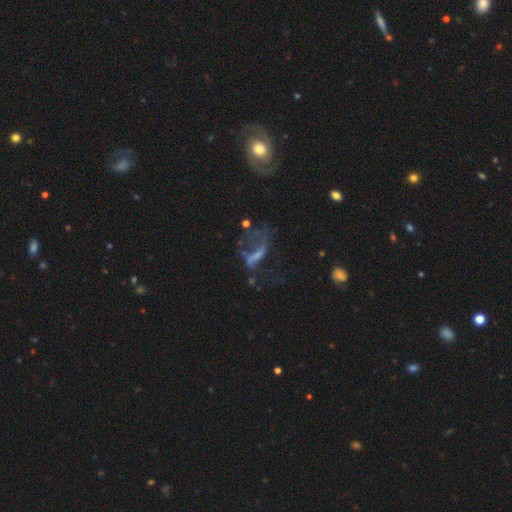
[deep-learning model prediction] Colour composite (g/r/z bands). It shows a featured or disk galaxy (53%). Merging: major disturbance (44%).